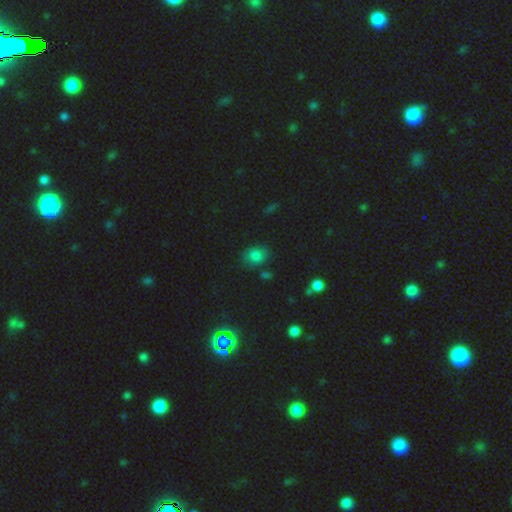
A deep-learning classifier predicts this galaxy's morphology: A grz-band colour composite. It shows a smooth galaxy with no disk features (72%) that is round (52%). Merging: none (73%).